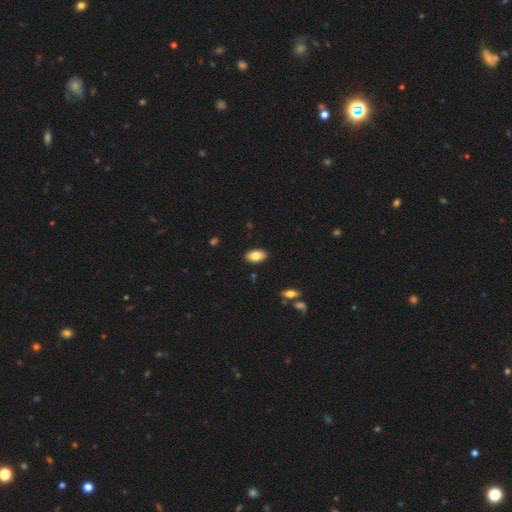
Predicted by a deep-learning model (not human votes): Smooth or featured? Predicted: smooth (p=0.82). How rounded? Predicted: in between (p=0.93). Merging? Predicted: none (p=0.89).